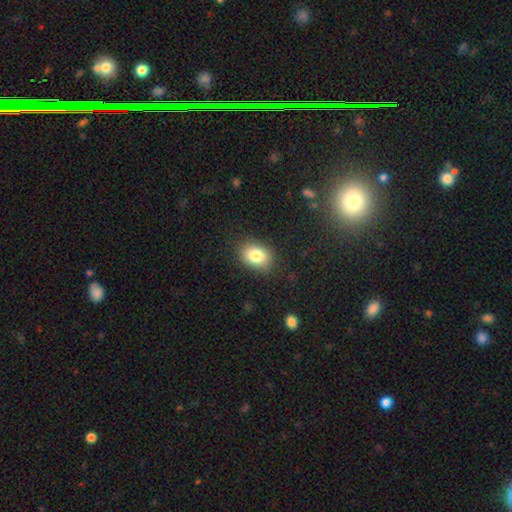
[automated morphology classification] Smooth or featured? smooth (83%)
How rounded? in between (68%)
Merging? none (85%)